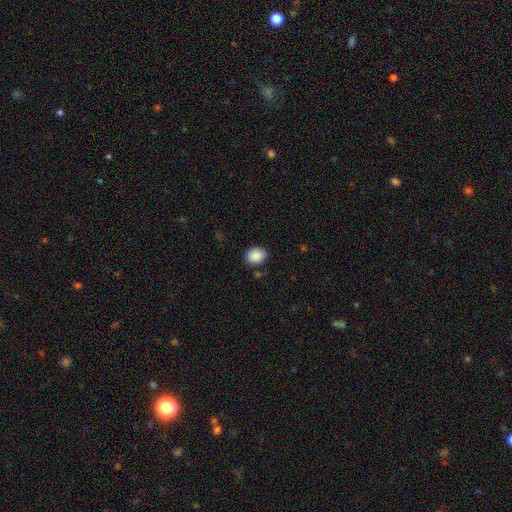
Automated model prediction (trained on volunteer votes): Smooth or featured? smooth (89%)
How rounded? in between (58%)
Merging? none (84%)